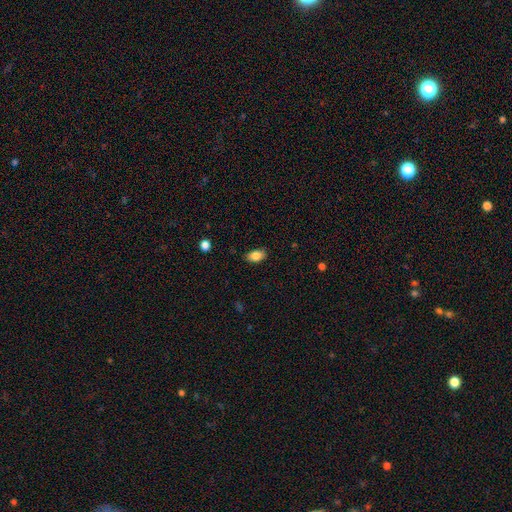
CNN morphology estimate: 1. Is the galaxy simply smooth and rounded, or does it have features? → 85% smooth, 8% star or artifact, 7% featured or disk.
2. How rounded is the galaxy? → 87% in between, 11% round, 2% cigar-shaped.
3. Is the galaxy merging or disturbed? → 81% none, 15% minor disturbance, 3% major disturbance, 1% merger.